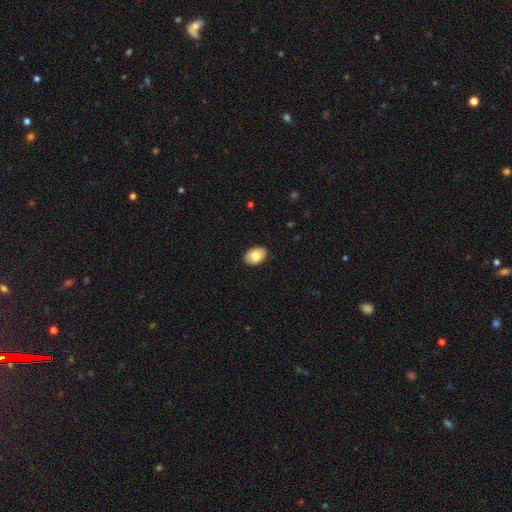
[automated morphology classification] The model was most divided on "smooth or featured": smooth: 81%, featured or disk: 13%, star or artifact: 7%. More confident: merging — none (89%); how rounded — in between (86%).